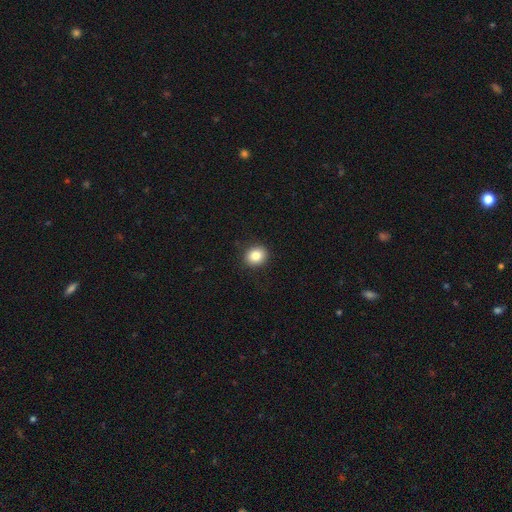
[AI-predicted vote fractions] smooth_or_featured: smooth (p=0.85) [alt: star or artifact p=0.10]
how_rounded: round (p=0.75) [alt: in between p=0.25]
merging: none (p=0.91) [alt: minor disturbance p=0.06]